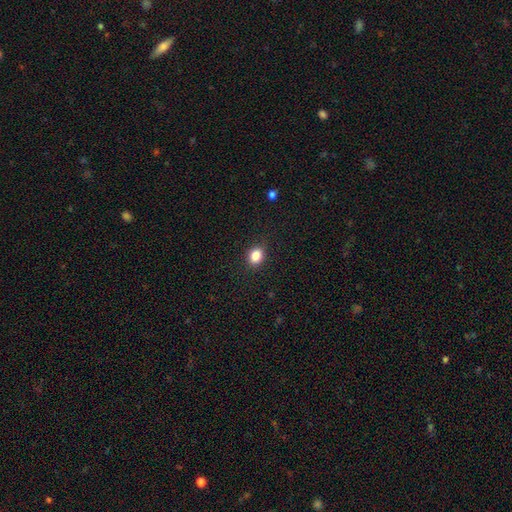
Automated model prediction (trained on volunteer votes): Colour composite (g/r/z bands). It shows a smooth galaxy with no disk features (85%) that is in between round and cigar-shaped (51%). Merging: none (88%).